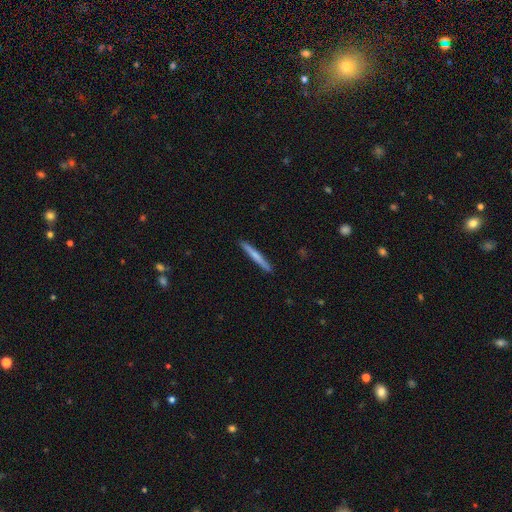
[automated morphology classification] Q: Smooth or featured?
A: smooth (60%); runner-up: featured or disk (35%)
Q: How rounded?
A: cigar-shaped (96%); runner-up: in between (2%)
Q: Merging?
A: none (91%); runner-up: minor disturbance (6%)